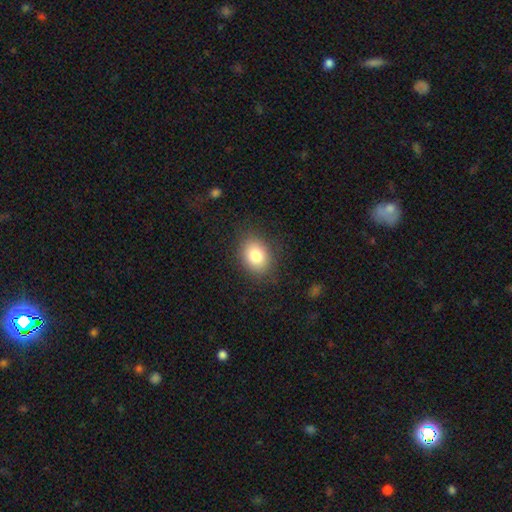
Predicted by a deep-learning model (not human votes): This is clearly a smooth galaxy (82%). How rounded: possibly in between (58%). Merging: clearly none (85%).